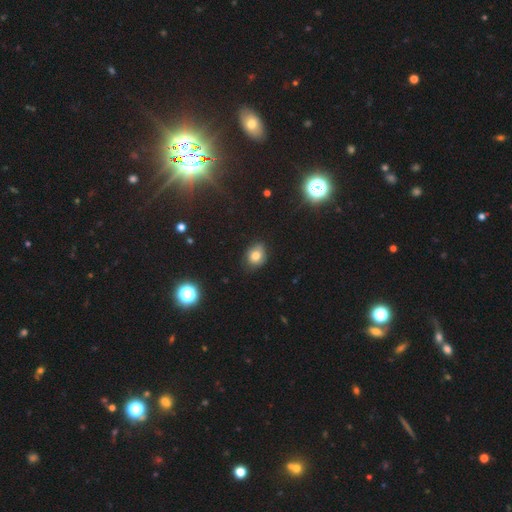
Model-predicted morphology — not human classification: This appears to be a smooth galaxy with no disk features (76%) that is round (55%). Merging: none (75%).